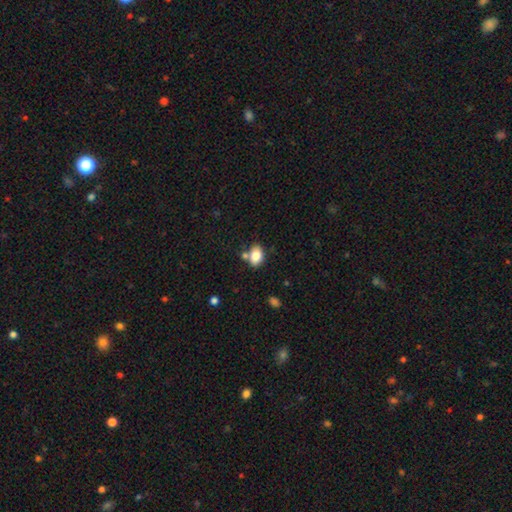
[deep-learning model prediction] Smooth or featured: smooth — 81% (featured or disk — 10%)
How rounded: in between — 79% (round — 20%)
Merging: none — 66% (merger — 16%)